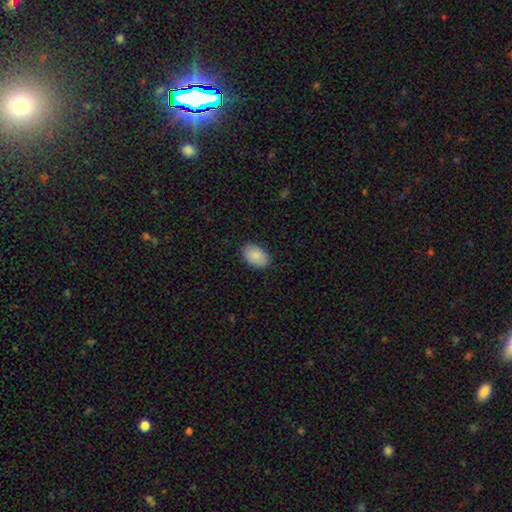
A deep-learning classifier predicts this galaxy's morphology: smooth 89%, star or artifact 6%, featured or disk 5%. Down the decision tree: how rounded — in between (89%); merging — none (87%).